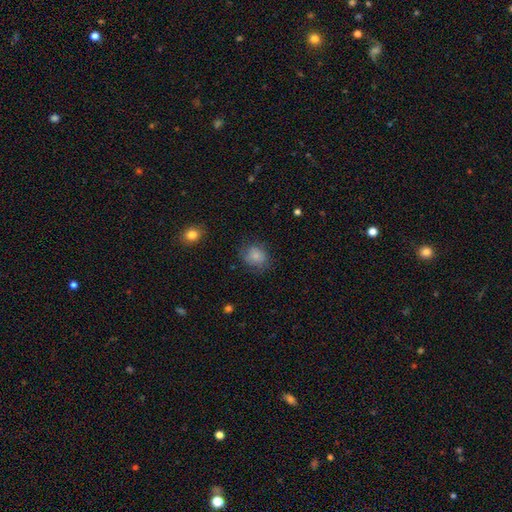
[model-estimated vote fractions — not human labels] Smooth or featured? smooth (79%)
How rounded? round (65%)
Merging? none (67%)